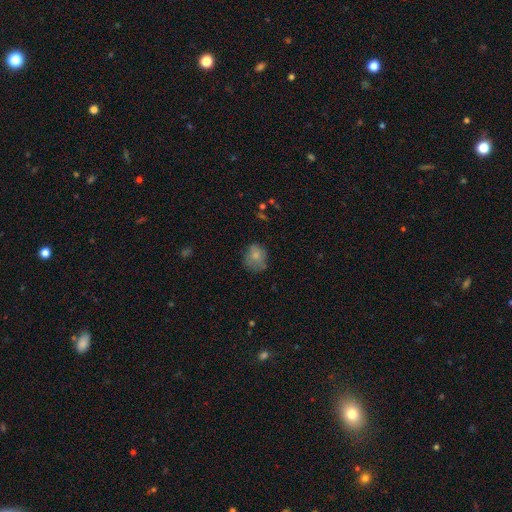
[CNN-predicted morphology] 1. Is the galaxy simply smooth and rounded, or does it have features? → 77% smooth, 13% featured or disk, 10% star or artifact.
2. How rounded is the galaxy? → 61% round, 38% in between, 1% cigar-shaped.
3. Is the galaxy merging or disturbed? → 59% none, 28% minor disturbance, 11% major disturbance, 2% merger.